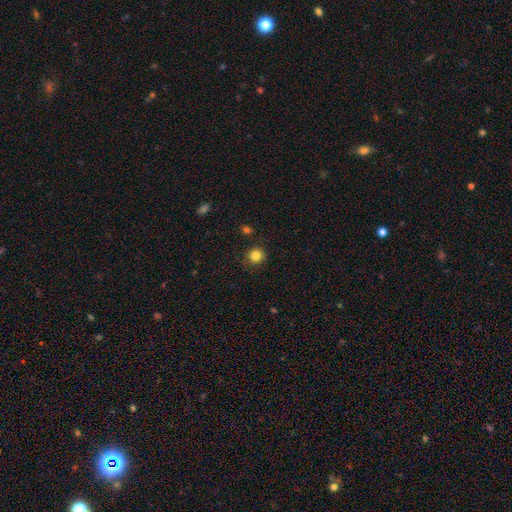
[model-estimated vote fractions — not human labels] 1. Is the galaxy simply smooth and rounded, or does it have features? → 83% smooth, 12% star or artifact, 5% featured or disk.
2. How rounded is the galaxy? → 92% round, 7% in between, 1% cigar-shaped.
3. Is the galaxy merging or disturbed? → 86% none, 9% minor disturbance, 3% major disturbance, 2% merger.